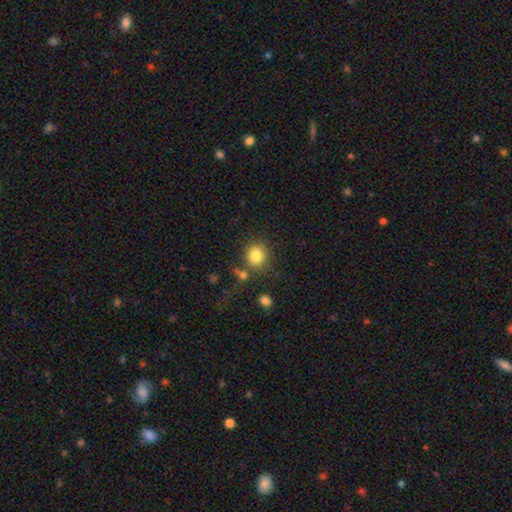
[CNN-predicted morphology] A smooth galaxy with no disk features (82%) that is round (84%).

Vote fractions:
- Smooth or featured? smooth: 82% / star or artifact: 10% / featured or disk: 7%
- How rounded? round: 84% / in between: 15% / cigar-shaped: 1%
- Merging? none: 74% / minor disturbance: 11% / merger: 9% / major disturbance: 5%